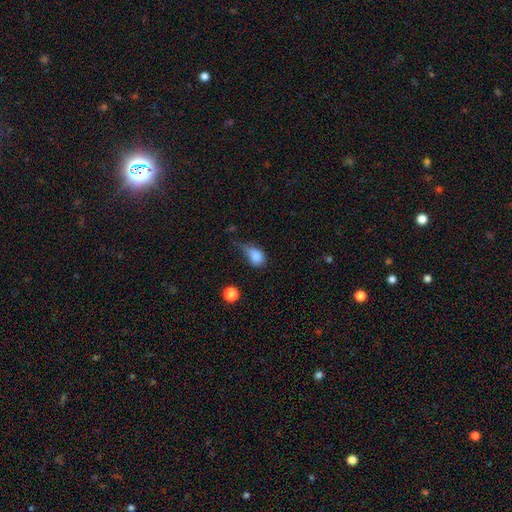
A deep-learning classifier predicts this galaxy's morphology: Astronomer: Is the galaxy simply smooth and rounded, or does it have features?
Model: smooth — 81%.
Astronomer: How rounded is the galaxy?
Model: in between — 65%.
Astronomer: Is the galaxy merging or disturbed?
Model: minor disturbance — 40% (runner-up: major disturbance, 30%).